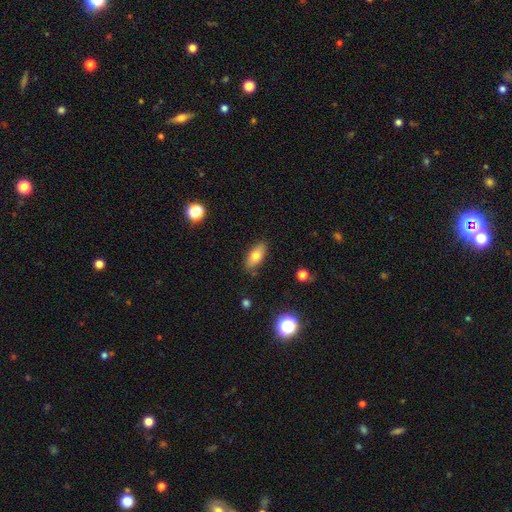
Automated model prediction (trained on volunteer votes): This is likely a smooth galaxy (74%). How rounded: clearly in between (82%). Merging: clearly none (84%).